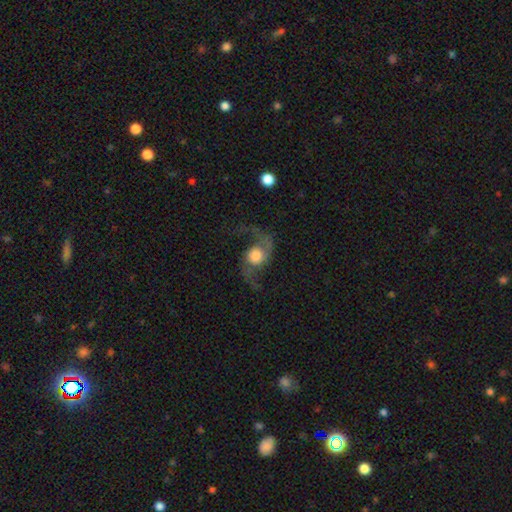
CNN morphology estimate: A featured or disk galaxy (82%) with no bar (69%), 2 (93%) loose (77%) spiral arms (96%) and a large central bulge (41%). Merging: none (63%).